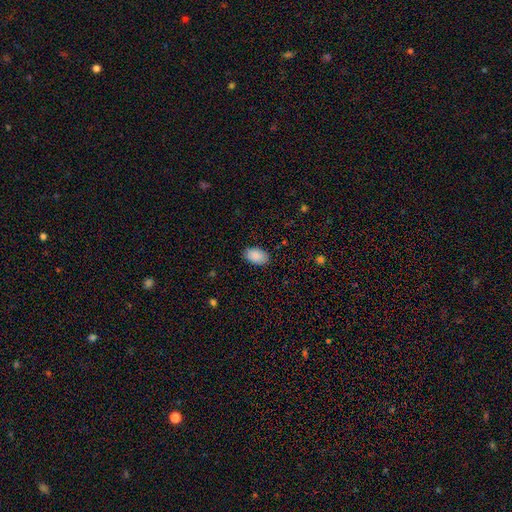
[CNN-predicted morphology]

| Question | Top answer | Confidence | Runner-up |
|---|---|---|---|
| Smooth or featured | smooth | 90% | star or artifact (7%) |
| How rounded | in between | 93% | round (6%) |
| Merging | none | 87% | minor disturbance (10%) |